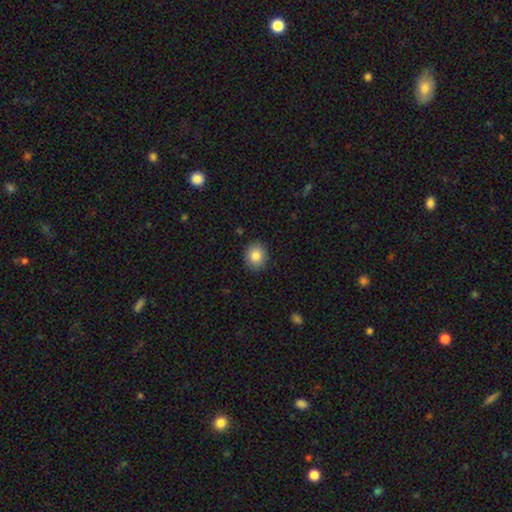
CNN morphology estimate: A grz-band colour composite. It shows a smooth galaxy with no disk features (84%) that is round (76%). Merging: none (89%).